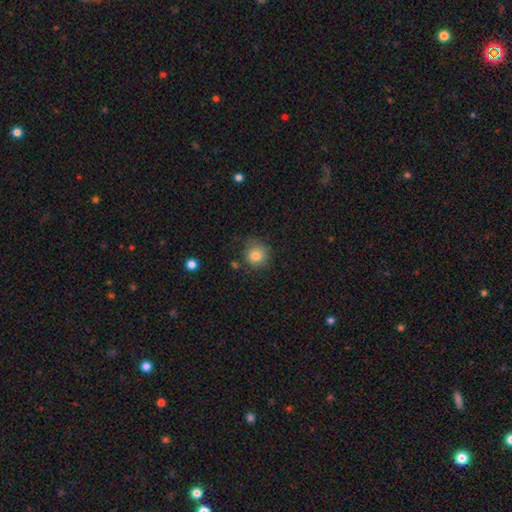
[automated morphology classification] smooth-or-featured: smooth: 82% | star or artifact: 11% | featured or disk: 7%
  how-rounded: round: 91% | in between: 8% | cigar-shaped: 1%
  merging: none: 75% | minor disturbance: 17% | major disturbance: 5% | merger: 4%